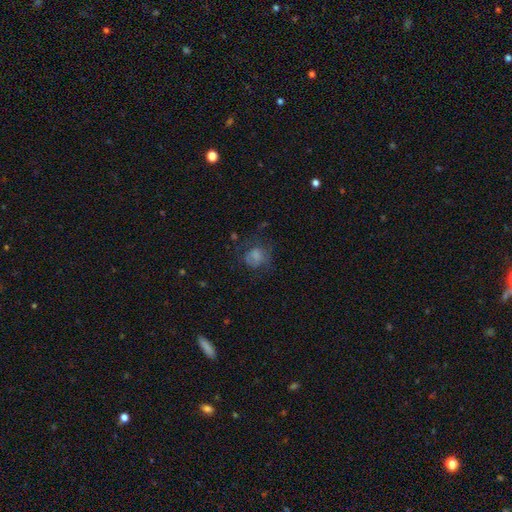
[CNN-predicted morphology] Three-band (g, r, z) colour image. It shows a smooth galaxy with no disk features (64%) that is round (70%). Merging: none (47%).